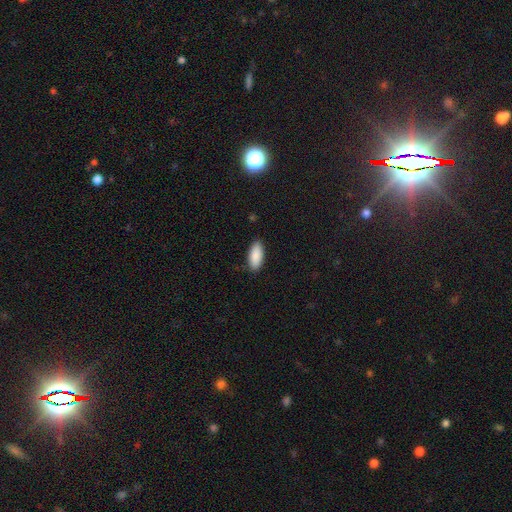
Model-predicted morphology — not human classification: smooth_or_featured: smooth (p=0.90) [alt: star or artifact p=0.06]
how_rounded: in between (p=0.85) [alt: cigar-shaped p=0.13]
merging: none (p=0.87) [alt: minor disturbance p=0.10]